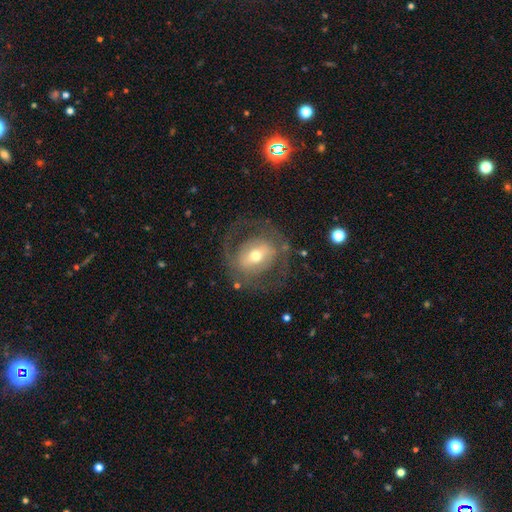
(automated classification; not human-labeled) A featured or disk galaxy (66%) with a strong bar (36%), no spiral arms (50%, tied with yes) and a moderate central bulge (60%).

Vote fractions:
- Smooth or featured? featured or disk: 66% / smooth: 27% / star or artifact: 7%
- Edge-on disk? no: 94% / yes: 6%
- Bar? strong: 36% / weak: 35% / no: 30%
- Spiral arms? no: 50% (tied) / yes: 50% (tied)
- Bulge size? moderate: 60% / small: 31% / large: 7% / dominant: 1% / none: 1%
- Merging? none: 68% / major disturbance: 16% / minor disturbance: 14% / merger: 2%